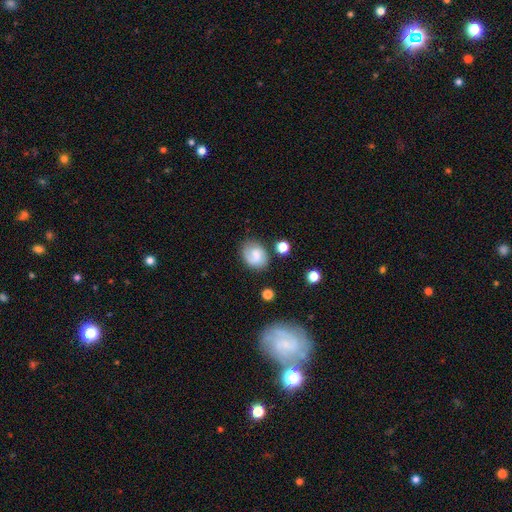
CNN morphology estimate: Smooth or featured: smooth — 54% (featured or disk — 36%)
How rounded: in between — 51% (round — 47%)
Merging: none — 66% (minor disturbance — 21%)